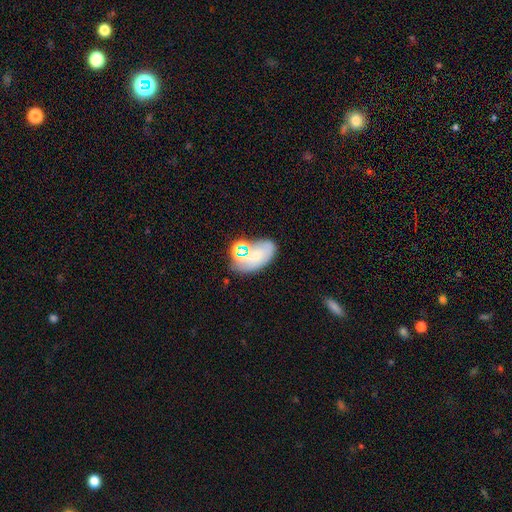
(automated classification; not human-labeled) A smooth galaxy with no disk features (55%) that is in between round and cigar-shaped (87%). Merging: none (50%).